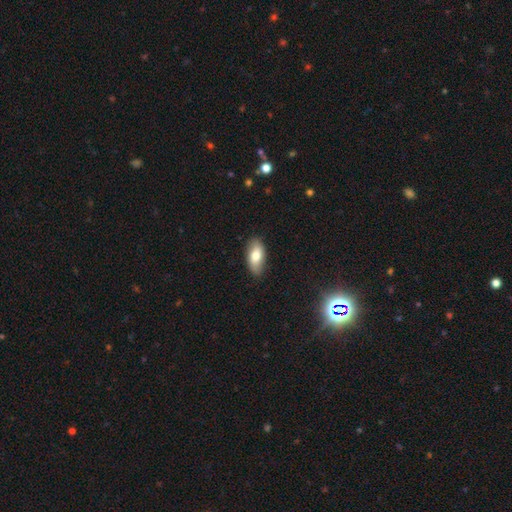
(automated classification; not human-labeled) Overall: smooth (76%). How rounded: in between (90%). Merging: none (86%).